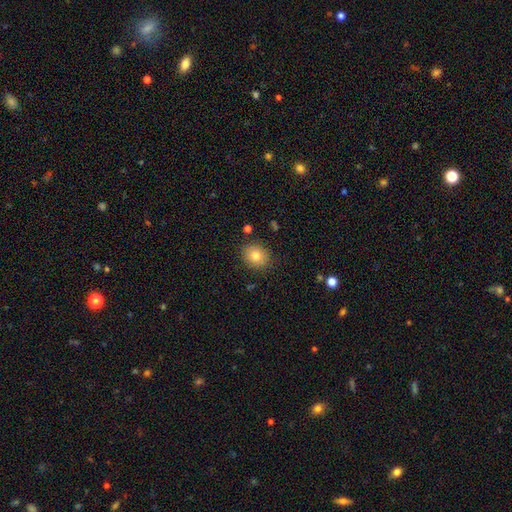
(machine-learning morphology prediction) This appears to be a smooth galaxy with no disk features (80%) that is round (61%). Merging: none (86%).